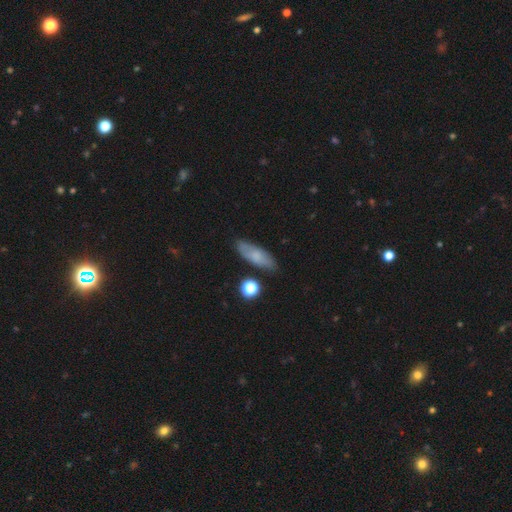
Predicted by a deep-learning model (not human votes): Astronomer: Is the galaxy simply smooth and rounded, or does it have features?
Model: smooth — 71%.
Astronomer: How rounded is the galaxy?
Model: in between — 64%.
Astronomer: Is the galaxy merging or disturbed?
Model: none — 78%.